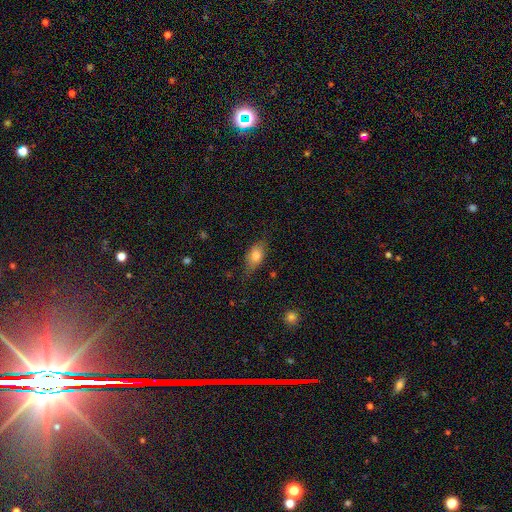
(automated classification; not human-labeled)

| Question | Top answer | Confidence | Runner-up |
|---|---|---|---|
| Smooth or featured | smooth | 75% | featured or disk (17%) |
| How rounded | in between | 83% | cigar-shaped (10%) |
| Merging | none | 70% | minor disturbance (22%) |